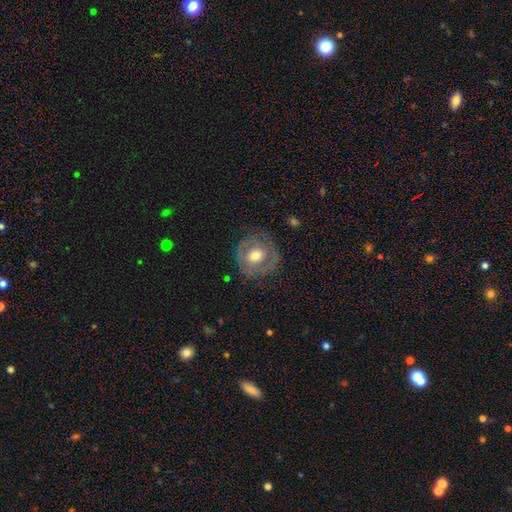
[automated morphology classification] The model was most divided on "smooth or featured": featured or disk: 54%, smooth: 39%, star or artifact: 7%. More confident: edge-on disk — no (96%); bar — no (78%); merging — none (76%); bulge size — moderate (69%); spiral arms — no (58%).